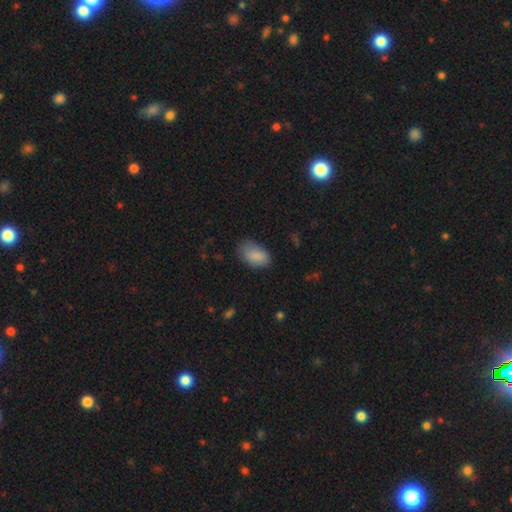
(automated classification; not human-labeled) Morphology: type=smooth (86%); roundness=in between (91%); merging=none (66%).